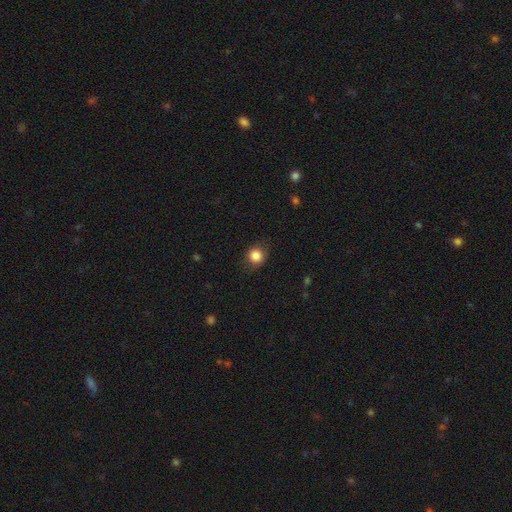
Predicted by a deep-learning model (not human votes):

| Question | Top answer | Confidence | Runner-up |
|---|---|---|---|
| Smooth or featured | smooth | 84% | star or artifact (10%) |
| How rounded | round | 83% | in between (16%) |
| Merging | none | 81% | minor disturbance (14%) |